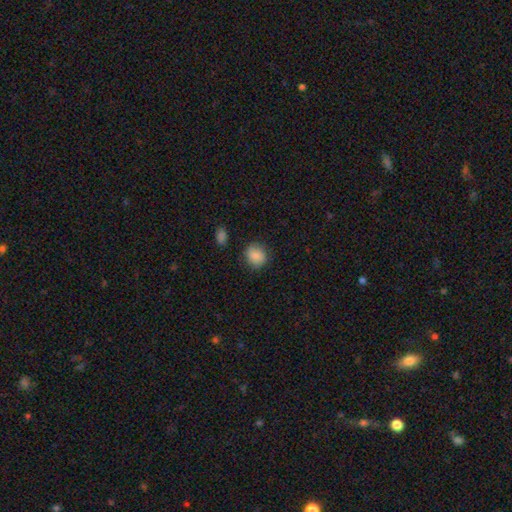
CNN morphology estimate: Smooth or featured? smooth (86%)
How rounded? round (77%)
Merging? none (80%)